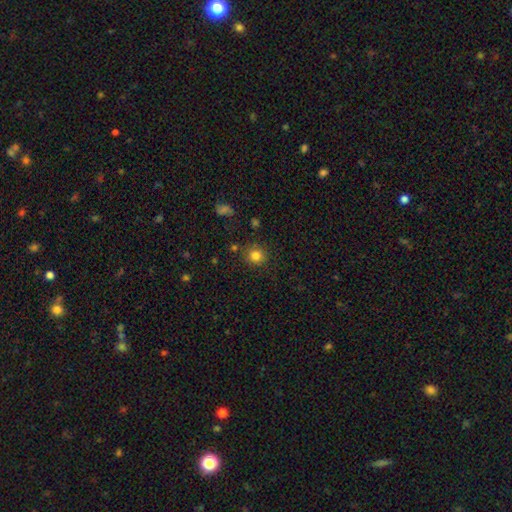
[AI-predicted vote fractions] A smooth galaxy with no disk features (82%) that is round (89%). Merging: none (83%).